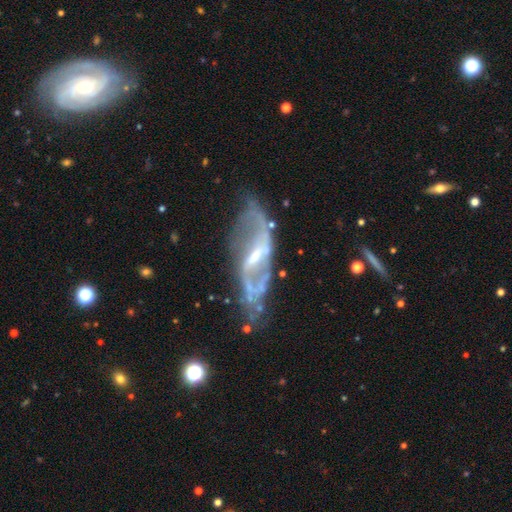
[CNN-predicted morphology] Smooth or featured: featured or disk — 85% (star or artifact — 8%)
Edge-on disk: no — 85% (yes — 15%)
Bar: weak — 43% (strong — 40%)
Spiral arms: yes — 89% (no — 11%)
Spiral winding: loose — 44% (medium — 37%)
Spiral arm count: 2 — 74% (can't tell — 15%)
Bulge size: small — 58% (moderate — 33%)
Merging: none — 64% (minor disturbance — 20%)